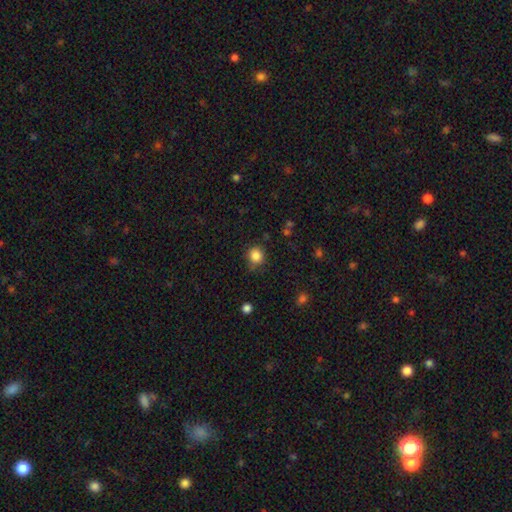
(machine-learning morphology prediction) Overall: smooth (85%). How rounded: round (87%). Merging: none (78%).